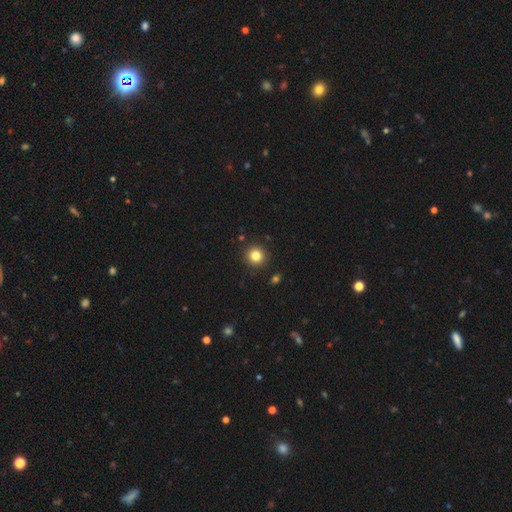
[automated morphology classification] smooth_or_featured: smooth (p=0.82) [alt: star or artifact p=0.12]
how_rounded: round (p=0.95) [alt: in between p=0.04]
merging: none (p=0.92) [alt: minor disturbance p=0.05]